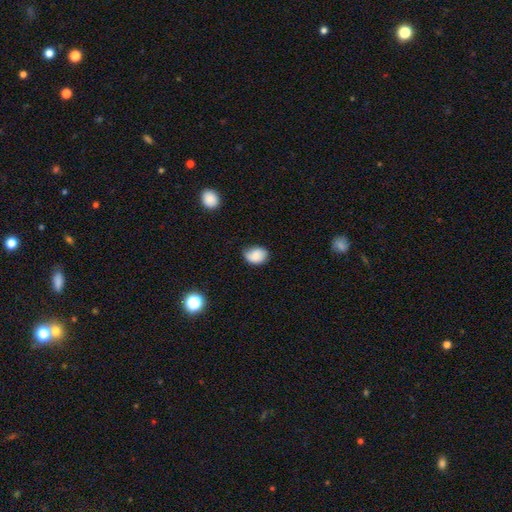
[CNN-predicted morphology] This appears to be a smooth galaxy with no disk features (82%) that is in between round and cigar-shaped (64%). Merging: none (62%).